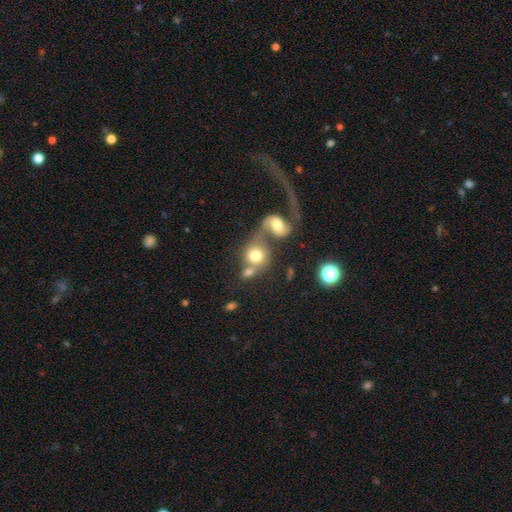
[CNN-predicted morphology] Smooth or featured? Predicted: smooth (p=0.61). How rounded? Predicted: round (p=0.74). Merging? Predicted: merger (p=0.60).